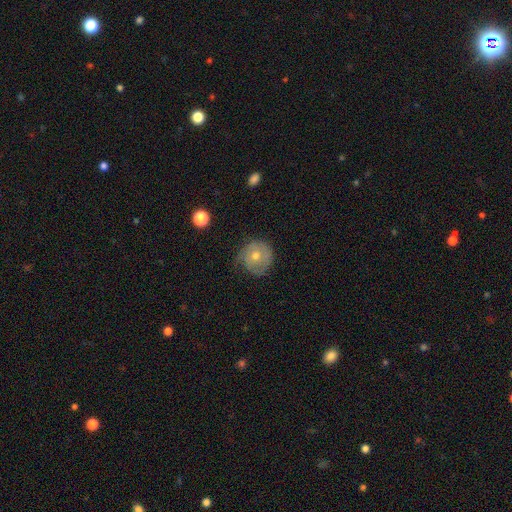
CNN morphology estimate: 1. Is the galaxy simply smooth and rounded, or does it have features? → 53% featured or disk, 39% smooth, 9% star or artifact.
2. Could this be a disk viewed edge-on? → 96% no, 4% yes.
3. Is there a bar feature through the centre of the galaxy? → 84% no, 13% weak, 3% strong.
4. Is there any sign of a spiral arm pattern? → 71% yes, 29% no.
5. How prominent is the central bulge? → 60% moderate, 37% small, 2% large, 1% none, 1% dominant.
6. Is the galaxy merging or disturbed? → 65% none, 25% minor disturbance, 9% major disturbance, 1% merger.